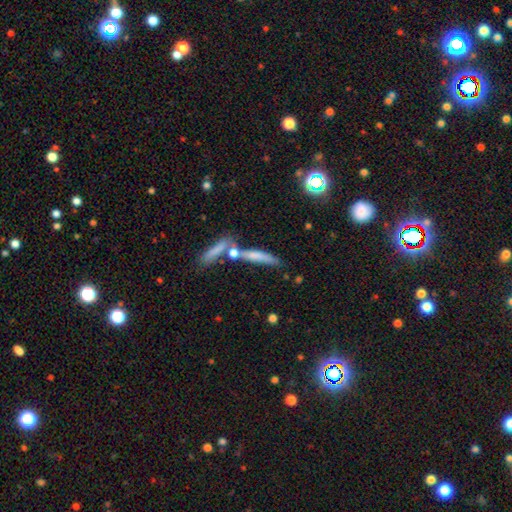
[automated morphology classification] The model was most divided on "merging": none: 55%, merger: 27%, minor disturbance: 13%, major disturbance: 5%. More confident: how rounded — cigar-shaped (86%); smooth or featured — smooth (62%).